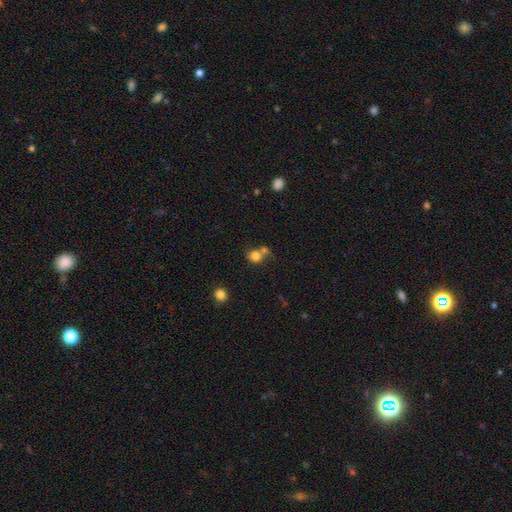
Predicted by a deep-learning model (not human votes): Overall: smooth (79%). How rounded: round (80%). Merging: none (45%; merger 41%).